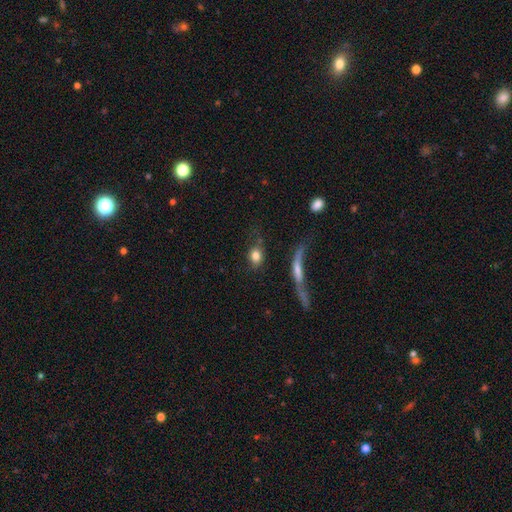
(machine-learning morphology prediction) Smooth or featured? smooth (79%)
How rounded? in between (48%)
Merging? none (56%)